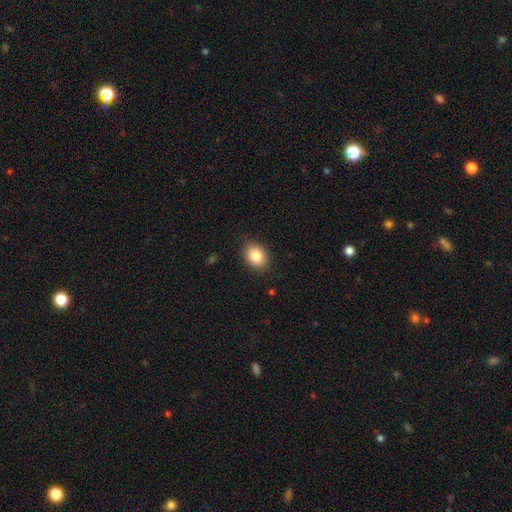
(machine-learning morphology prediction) smooth 85%, star or artifact 9%, featured or disk 6%. Down the decision tree: how rounded — in between (63%); merging — none (85%).